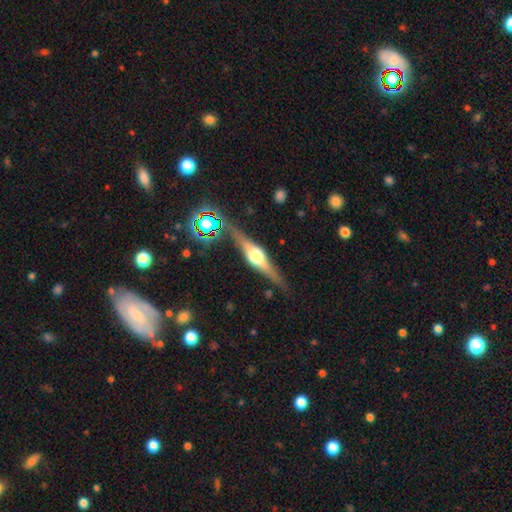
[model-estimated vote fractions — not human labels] This appears to be a featured or disk galaxy (79%) viewed edge-on (97%) with a rounded central bulge (91%). Merging: none (83%).